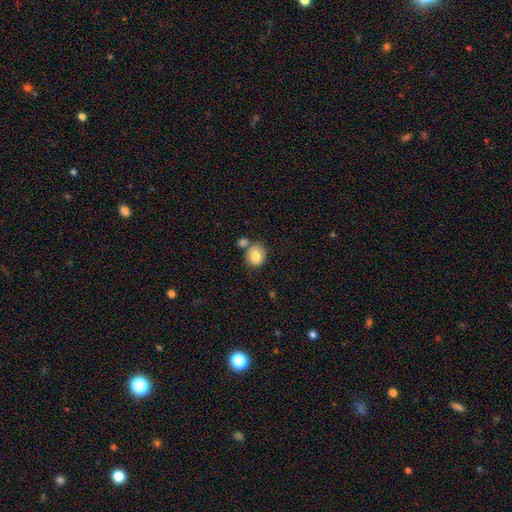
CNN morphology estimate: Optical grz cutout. It shows a smooth galaxy with no disk features (81%) that is round (66%). Merging: none (61%).